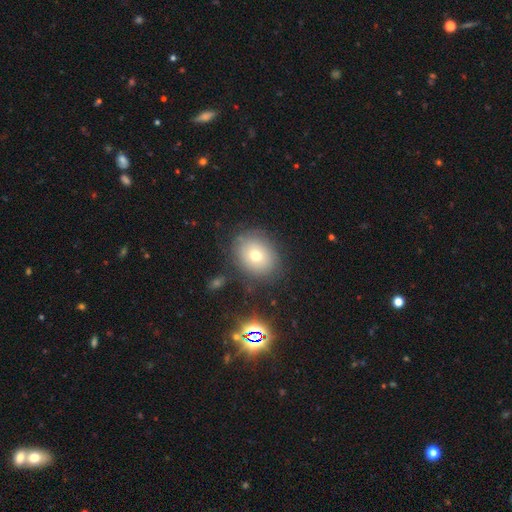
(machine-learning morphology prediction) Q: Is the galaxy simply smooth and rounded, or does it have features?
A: smooth — 68%.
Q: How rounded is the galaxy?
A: round — 58%.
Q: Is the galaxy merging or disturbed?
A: none — 80%.